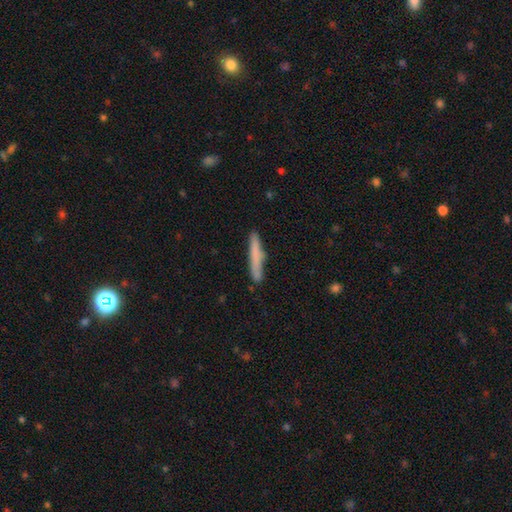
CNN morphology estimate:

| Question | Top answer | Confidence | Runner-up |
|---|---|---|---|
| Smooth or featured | smooth | 73% | featured or disk (22%) |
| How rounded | cigar-shaped | 95% | in between (4%) |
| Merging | none | 85% | minor disturbance (11%) |